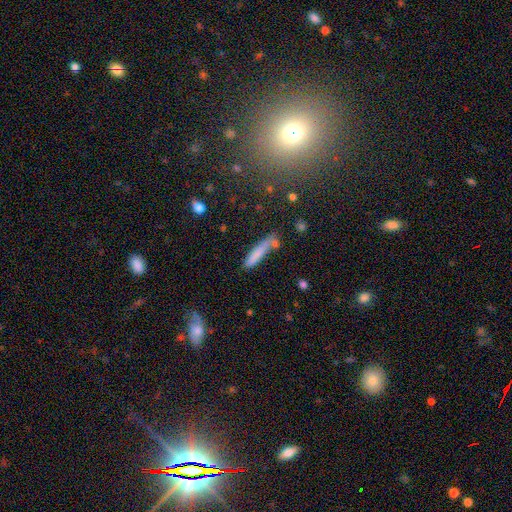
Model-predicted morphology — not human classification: smooth 74%, featured or disk 18%, star or artifact 8%. Down the decision tree: how rounded — cigar-shaped (90%); merging — none (62%).